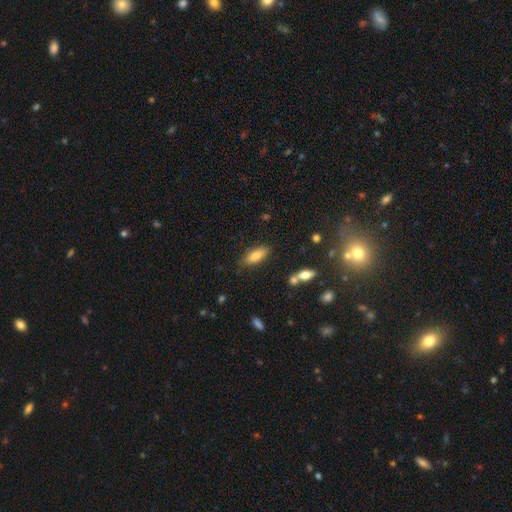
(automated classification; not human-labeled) smooth-or-featured: smooth: 81% | featured or disk: 12% | star or artifact: 7%
  how-rounded: in between: 73% | cigar-shaped: 25% | round: 2%
  merging: none: 81% | minor disturbance: 12% | merger: 3% | major disturbance: 3%